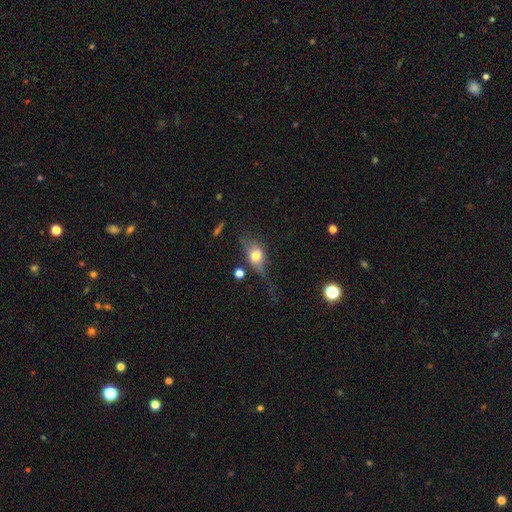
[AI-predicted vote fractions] smooth_or_featured: smooth (p=0.55) [alt: featured or disk p=0.34]
how_rounded: in between (p=0.58) [alt: round p=0.34]
merging: none (p=0.40) [alt: major disturbance p=0.29]